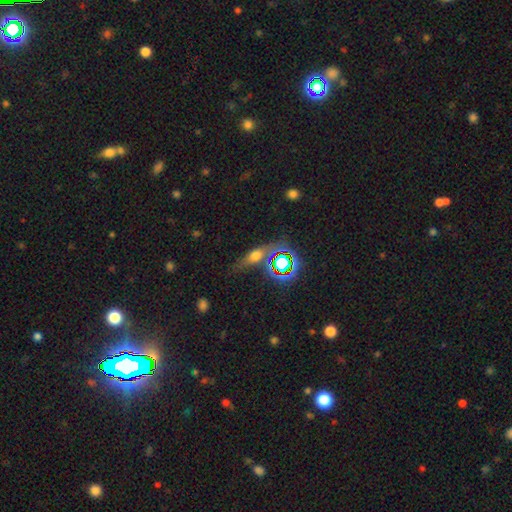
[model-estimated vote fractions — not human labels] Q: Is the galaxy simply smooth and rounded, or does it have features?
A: smooth — 46%.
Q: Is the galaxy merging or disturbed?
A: none — 68%.